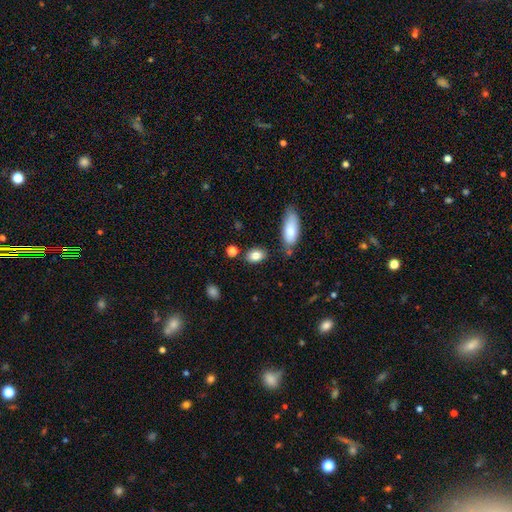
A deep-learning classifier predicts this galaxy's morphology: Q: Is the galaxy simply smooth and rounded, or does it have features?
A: smooth — 83%.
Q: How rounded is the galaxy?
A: in between — 84%.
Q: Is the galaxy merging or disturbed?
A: none — 76%.